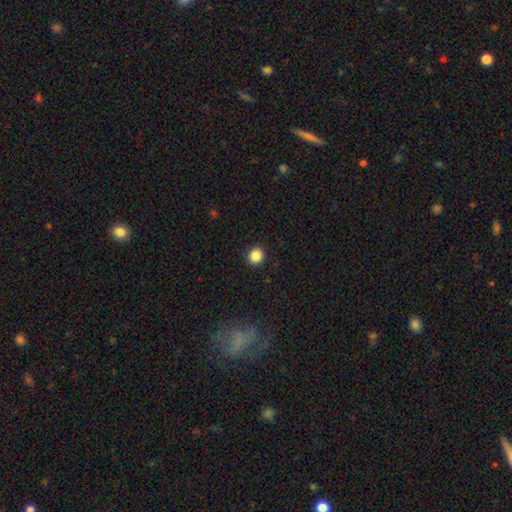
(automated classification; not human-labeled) Morphology: type=smooth (86%); roundness=round (92%); merging=none (92%).